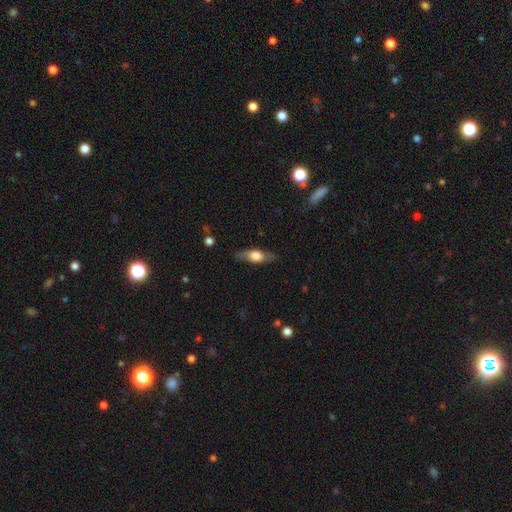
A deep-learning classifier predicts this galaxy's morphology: type=smooth (49%); merging=none (82%).